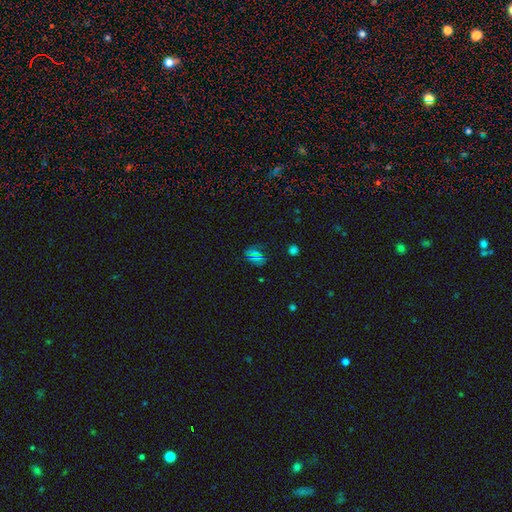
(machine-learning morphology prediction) This is likely a smooth galaxy (60%). How rounded: likely in between (72%). Merging: possibly none (56%).